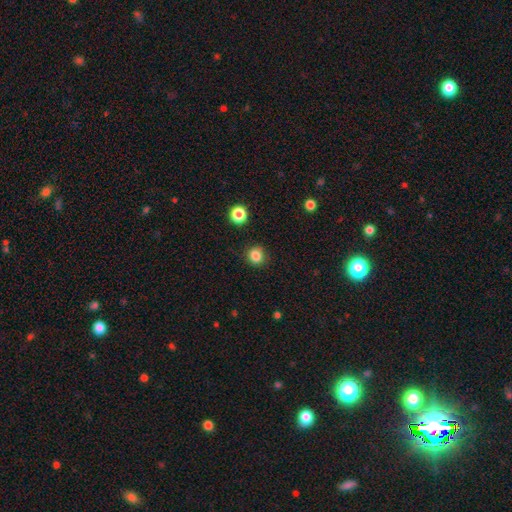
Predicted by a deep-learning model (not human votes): A smooth galaxy with no disk features (84%) that is round (90%). Merging: none (90%).